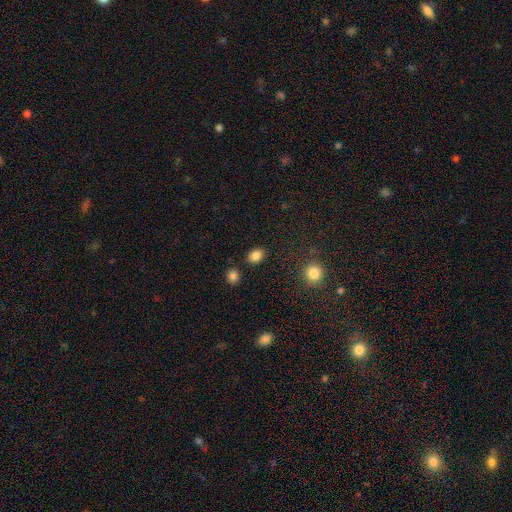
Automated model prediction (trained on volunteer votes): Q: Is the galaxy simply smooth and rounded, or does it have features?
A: smooth — 86%.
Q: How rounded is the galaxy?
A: in between — 64%.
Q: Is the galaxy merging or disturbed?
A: none — 85%.